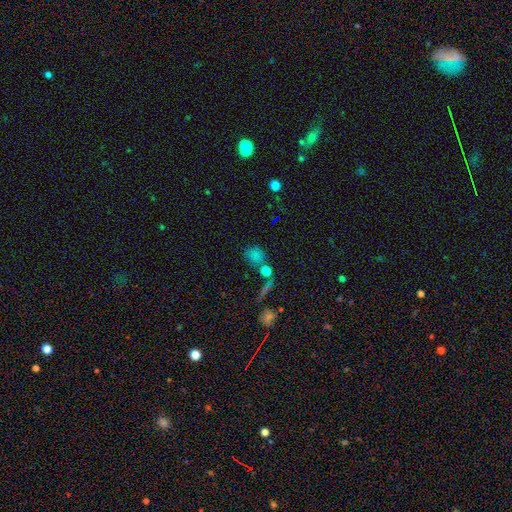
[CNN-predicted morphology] This is likely a smooth galaxy (70%). How rounded: likely round (67%). Merging: possibly none (57%).